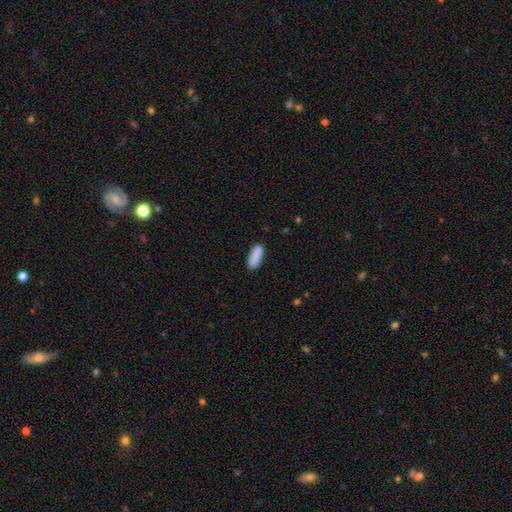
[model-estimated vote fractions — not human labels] Smooth or featured? Predicted: smooth (p=0.88). How rounded? Predicted: in between (p=0.67). Merging? Predicted: none (p=0.85).